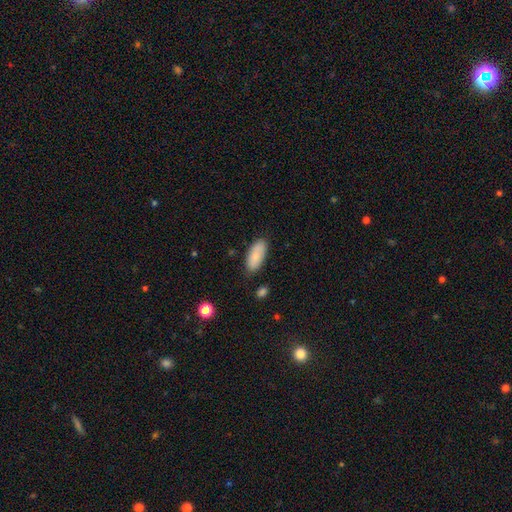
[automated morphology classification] smooth 78%, featured or disk 15%, star or artifact 6%. Down the decision tree: how rounded — in between (87%); merging — none (79%).